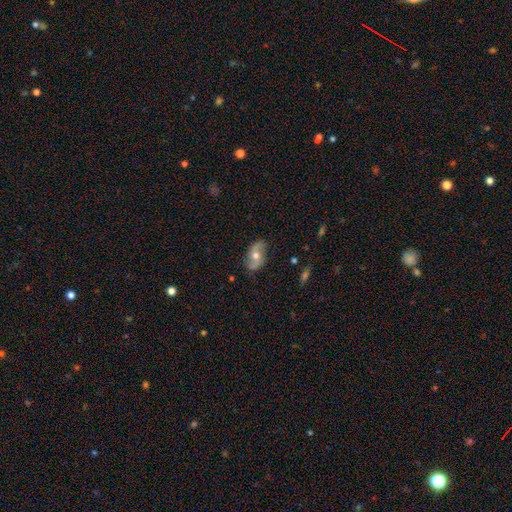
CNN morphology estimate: smooth_or_featured: featured or disk (p=0.68) [alt: smooth p=0.25]
disk_edge_on: no (p=0.94) [alt: yes p=0.06]
bar: no (p=0.61) [alt: weak p=0.30]
has_spiral_arms: yes (p=0.86) [alt: no p=0.14]
spiral_winding: loose (p=0.67) [alt: medium p=0.24]
spiral_arm_count: 2 (p=0.91) [alt: can't tell p=0.04]
bulge_size: moderate (p=0.74) [alt: small p=0.19]
merging: none (p=0.80) [alt: minor disturbance p=0.15]